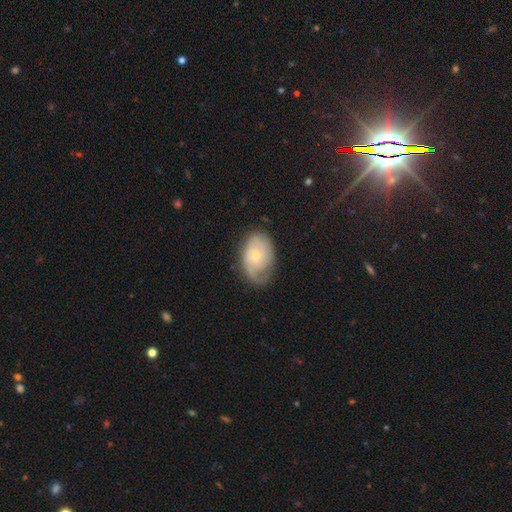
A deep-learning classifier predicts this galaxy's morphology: Smooth or featured: featured or disk — 59% (smooth — 35%)
Edge-on disk: no — 96% (yes — 4%)
Bar: no — 79% (weak — 18%)
Spiral arms: yes — 81% (no — 19%)
Bulge size: small — 61% (moderate — 35%)
Merging: none — 60% (minor disturbance — 27%)